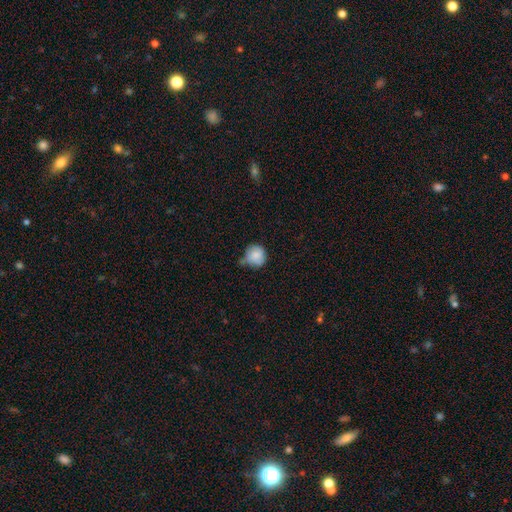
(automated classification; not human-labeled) The model was most divided on "merging": none: 48%, minor disturbance: 36%, major disturbance: 8%, merger: 8%. More confident: how rounded — round (88%); smooth or featured — smooth (82%).